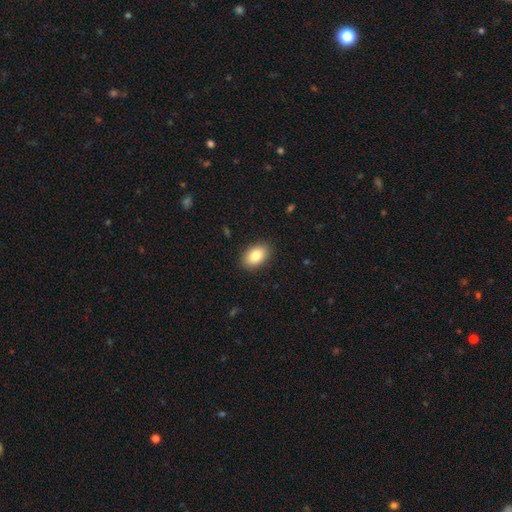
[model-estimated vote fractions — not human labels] Smooth or featured? smooth (84%)
How rounded? in between (89%)
Merging? none (88%)